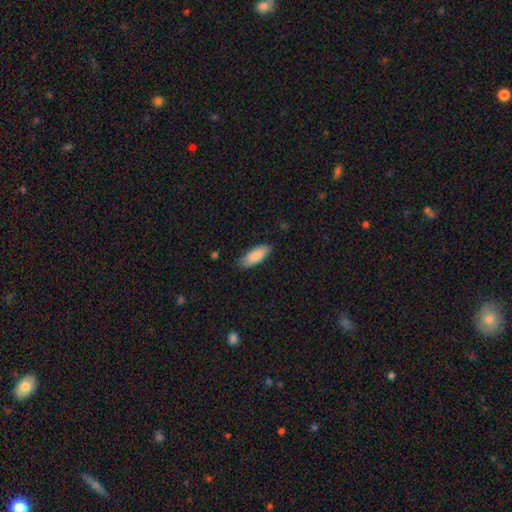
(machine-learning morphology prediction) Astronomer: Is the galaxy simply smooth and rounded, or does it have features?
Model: smooth — 86%.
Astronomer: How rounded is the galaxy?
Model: in between — 73%.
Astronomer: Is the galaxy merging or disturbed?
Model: none — 84%.